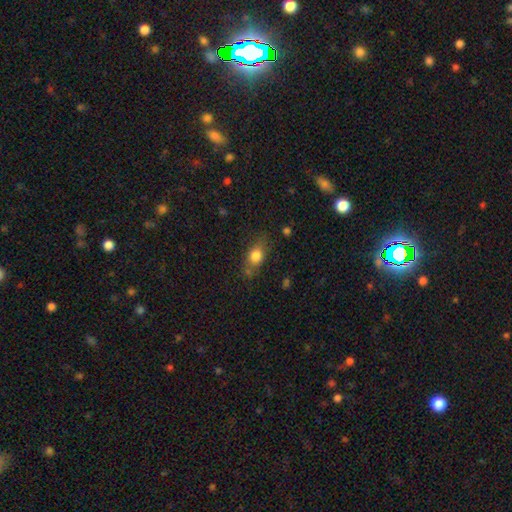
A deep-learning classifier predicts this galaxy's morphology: This appears to be a smooth galaxy with no disk features (78%) that is in between round and cigar-shaped (66%). Merging: none (67%).